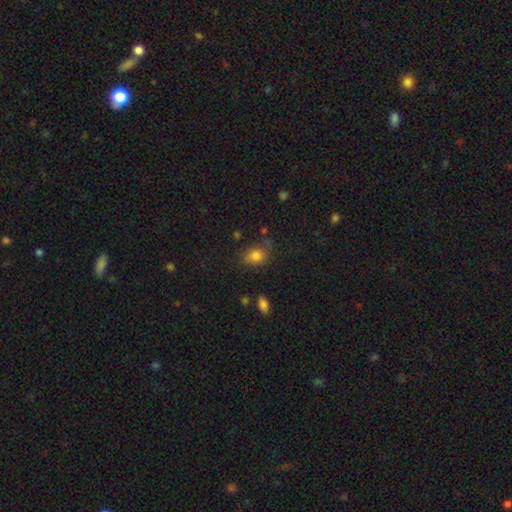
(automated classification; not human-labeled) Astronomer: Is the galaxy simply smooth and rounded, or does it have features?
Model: smooth — 81%.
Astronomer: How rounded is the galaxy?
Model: in between — 51% (runner-up: round, 48%).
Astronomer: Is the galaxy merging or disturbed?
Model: none — 62%.